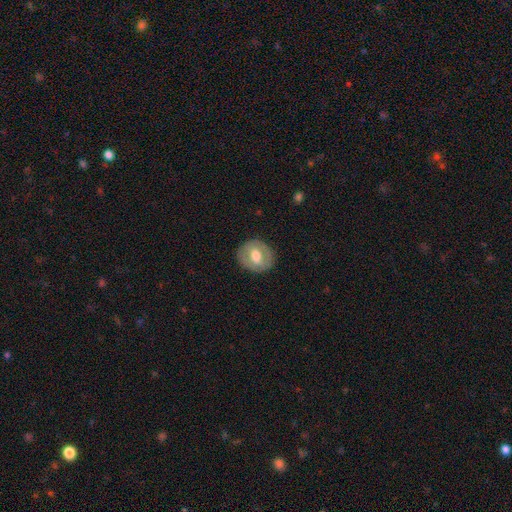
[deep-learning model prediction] A smooth galaxy with no disk features (49%).

Vote fractions:
- Smooth or featured? smooth: 49% / featured or disk: 44% / star or artifact: 6%
- Merging? none: 85% / minor disturbance: 10% / major disturbance: 3% / merger: 1%